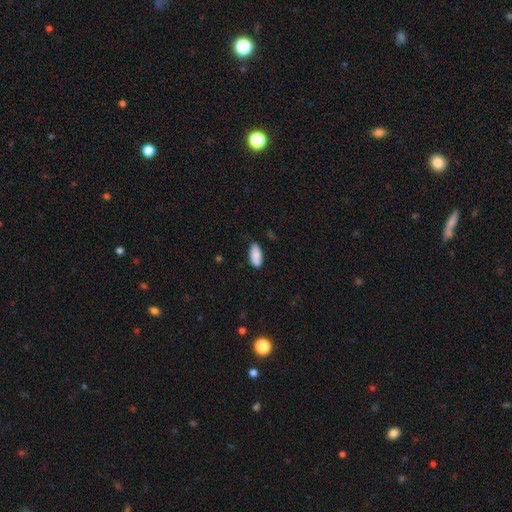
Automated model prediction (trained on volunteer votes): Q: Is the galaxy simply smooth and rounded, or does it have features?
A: smooth — 87%.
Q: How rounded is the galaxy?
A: in between — 91%.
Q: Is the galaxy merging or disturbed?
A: none — 69%.